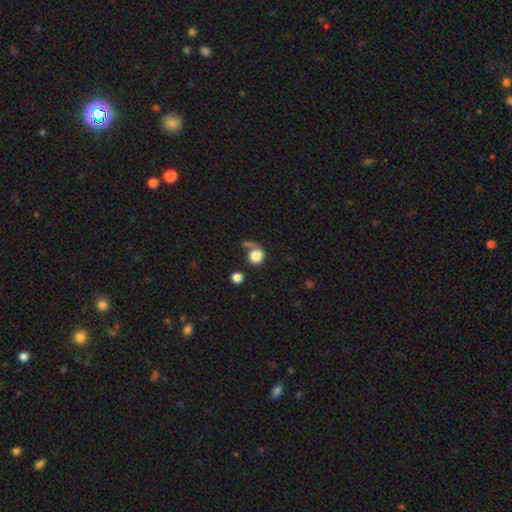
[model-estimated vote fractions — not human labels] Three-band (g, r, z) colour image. It shows a smooth galaxy with no disk features (81%) that is round (87%). Merging: none (48%).